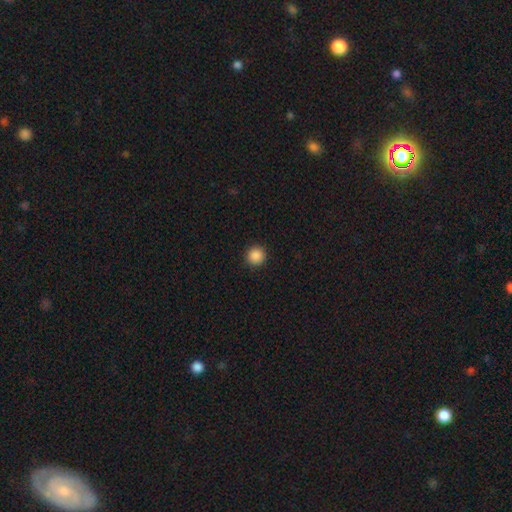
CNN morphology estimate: A smooth galaxy with no disk features (88%) that is round (95%).

Vote fractions:
- Smooth or featured? smooth: 88% / star or artifact: 9% / featured or disk: 3%
- How rounded? round: 95% / in between: 4% / cigar-shaped: 1%
- Merging? none: 93% / minor disturbance: 5% / major disturbance: 2% / merger: 1%